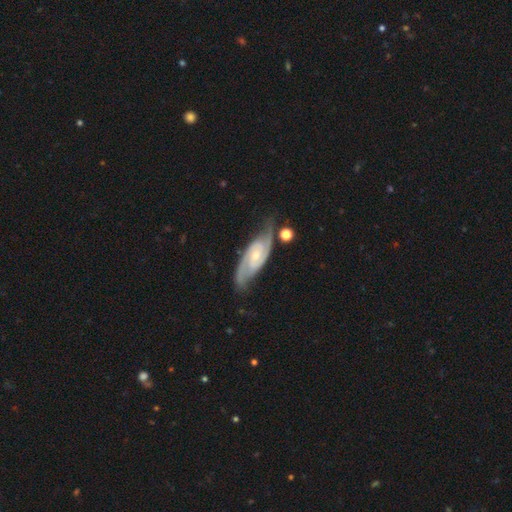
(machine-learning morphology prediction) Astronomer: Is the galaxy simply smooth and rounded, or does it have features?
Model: featured or disk — 88%.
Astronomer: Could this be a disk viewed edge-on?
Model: no — 93%.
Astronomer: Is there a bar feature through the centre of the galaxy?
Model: no — 50% (runner-up: weak, 40%).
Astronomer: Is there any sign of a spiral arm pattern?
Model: yes — 98%.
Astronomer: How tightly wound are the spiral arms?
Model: medium — 47% (runner-up: tight, 42%).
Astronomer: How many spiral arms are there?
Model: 2 — 88%.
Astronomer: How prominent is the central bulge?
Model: small — 60%.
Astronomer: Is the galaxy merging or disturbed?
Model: none — 72%.